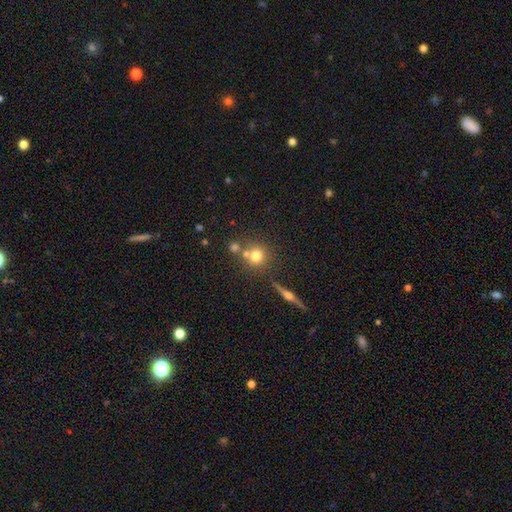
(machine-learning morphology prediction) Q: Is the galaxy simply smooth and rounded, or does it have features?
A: smooth — 69%.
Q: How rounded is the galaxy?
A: round — 90%.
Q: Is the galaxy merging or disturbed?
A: none — 61%.